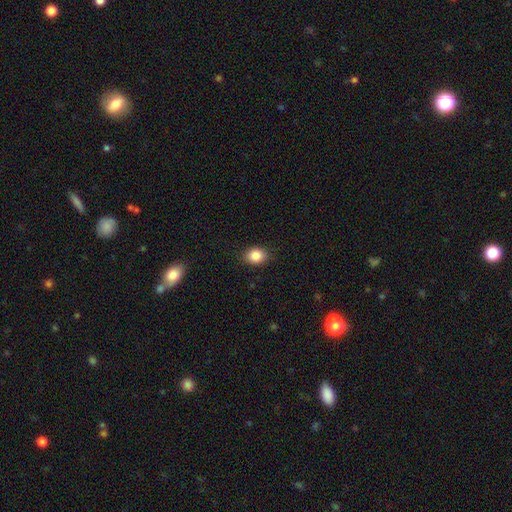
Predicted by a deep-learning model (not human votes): Q: Smooth or featured?
A: smooth (86%); runner-up: star or artifact (9%)
Q: How rounded?
A: in between (52%); runner-up: round (46%)
Q: Merging?
A: none (87%); runner-up: minor disturbance (10%)